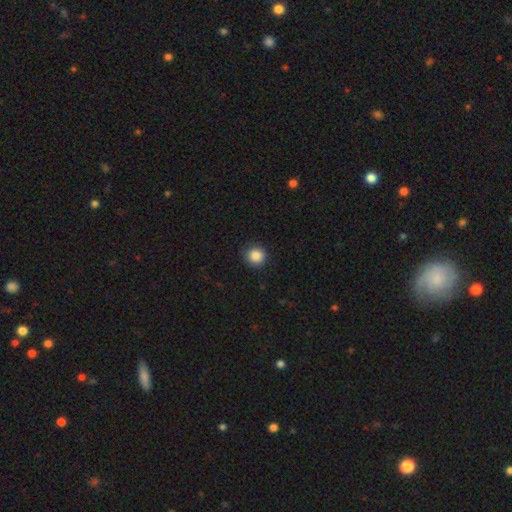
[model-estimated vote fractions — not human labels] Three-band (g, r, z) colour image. It shows a smooth galaxy with no disk features (87%) that is round (93%). Merging: none (91%).